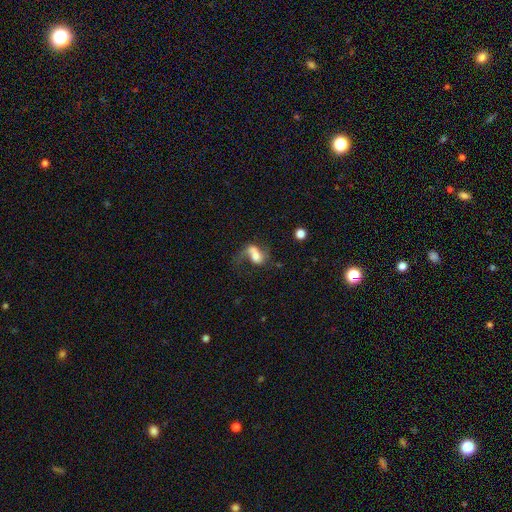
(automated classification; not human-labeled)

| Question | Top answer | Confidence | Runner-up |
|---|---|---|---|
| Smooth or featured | smooth | 51% | featured or disk (38%) |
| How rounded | in between | 73% | round (23%) |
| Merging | major disturbance | 35% | merger (31%) |